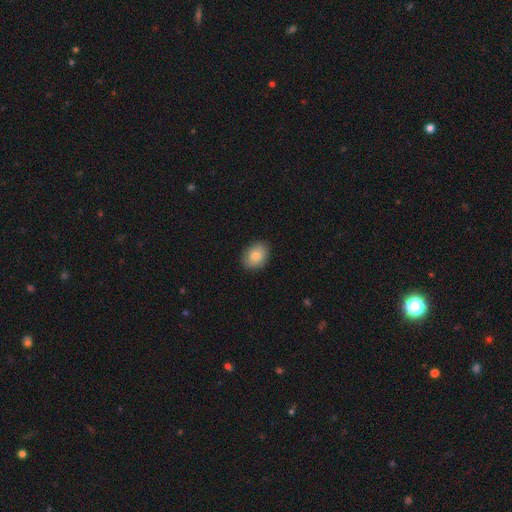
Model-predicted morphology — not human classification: Overall: smooth (83%). How rounded: in between (66%; round 33%). Merging: none (88%).